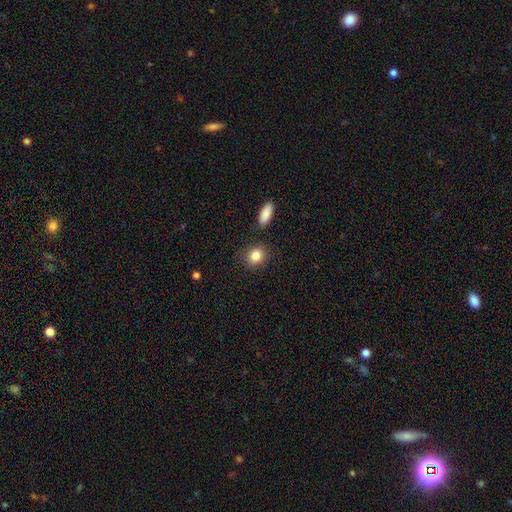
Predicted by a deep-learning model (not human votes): Smooth or featured: smooth — 85% (star or artifact — 9%)
How rounded: round — 57% (in between — 42%)
Merging: none — 83% (minor disturbance — 10%)